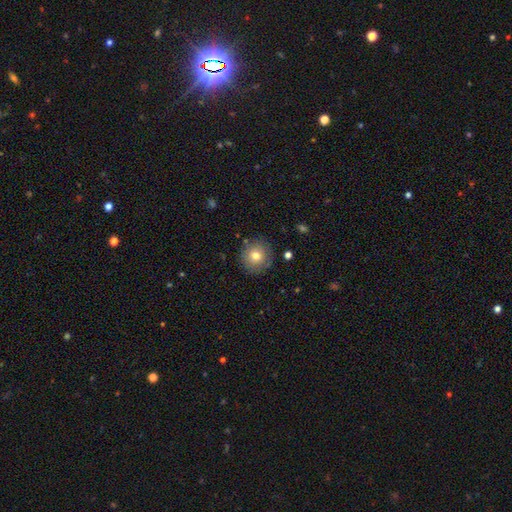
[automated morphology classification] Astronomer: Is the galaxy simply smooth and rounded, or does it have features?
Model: smooth — 76%.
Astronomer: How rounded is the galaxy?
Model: round — 92%.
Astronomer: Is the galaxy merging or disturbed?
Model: none — 86%.